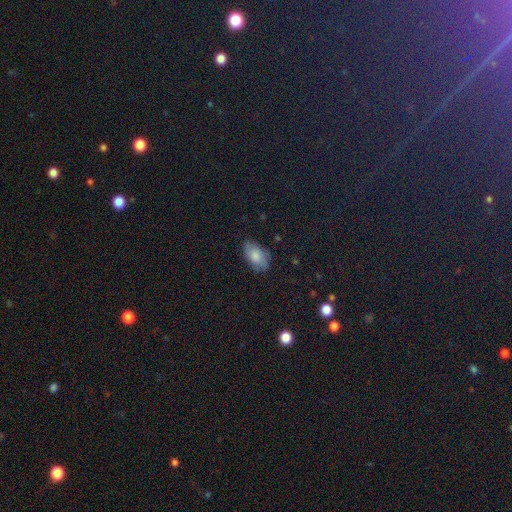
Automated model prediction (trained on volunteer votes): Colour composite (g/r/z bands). It shows a smooth galaxy with no disk features (79%) that is in between round and cigar-shaped (93%). Merging: none (71%).